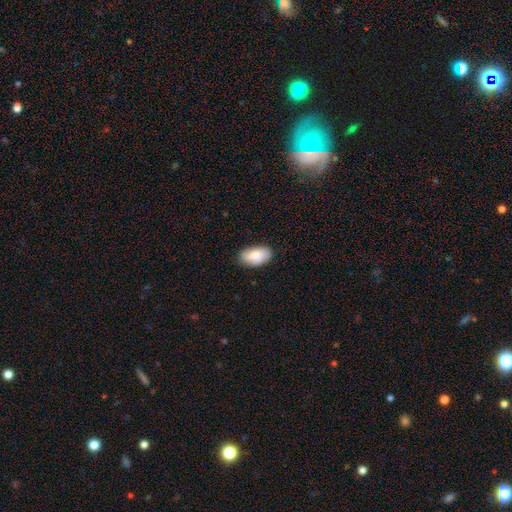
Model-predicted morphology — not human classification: This is likely a smooth galaxy (78%). How rounded: clearly in between (94%). Merging: clearly none (81%).